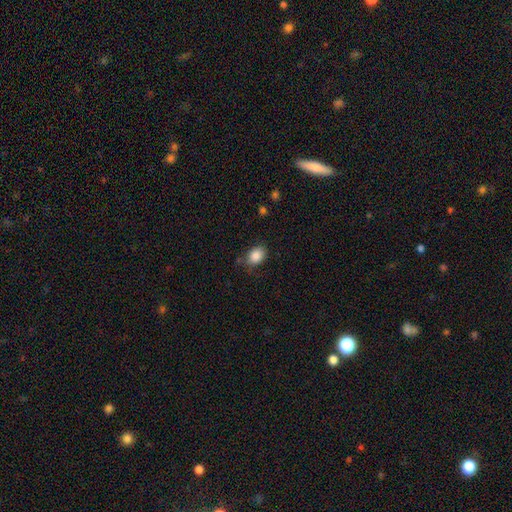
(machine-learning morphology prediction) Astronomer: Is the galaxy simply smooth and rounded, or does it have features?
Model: smooth — 87%.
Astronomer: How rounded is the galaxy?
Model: in between — 69%.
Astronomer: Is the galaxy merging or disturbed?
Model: none — 71%.